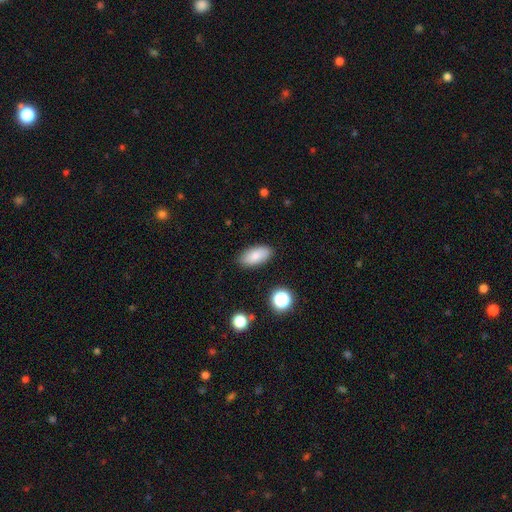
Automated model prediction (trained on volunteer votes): A smooth galaxy with no disk features (83%) that is in between round and cigar-shaped (89%). Merging: none (86%).